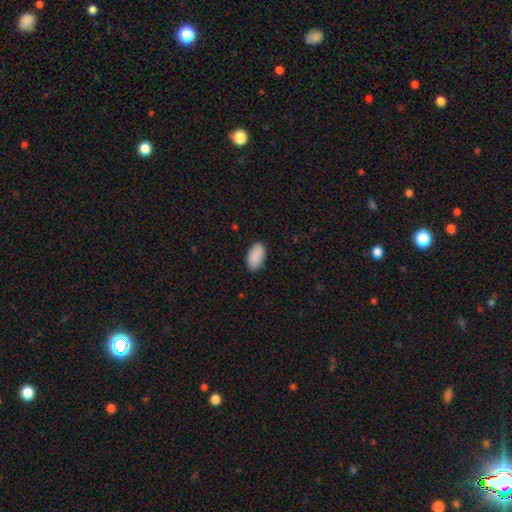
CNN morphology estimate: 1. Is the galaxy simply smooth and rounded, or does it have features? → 91% smooth, 6% star or artifact, 3% featured or disk.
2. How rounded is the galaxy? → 95% in between, 3% round, 2% cigar-shaped.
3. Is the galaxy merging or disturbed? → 88% none, 9% minor disturbance, 2% major disturbance, 1% merger.